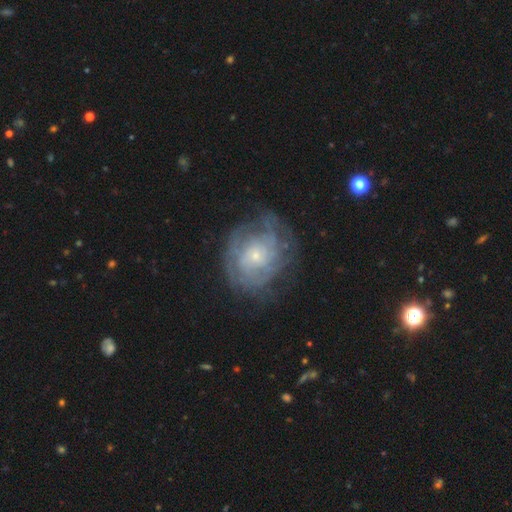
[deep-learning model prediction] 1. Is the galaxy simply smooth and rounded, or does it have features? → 73% featured or disk, 19% smooth, 7% star or artifact.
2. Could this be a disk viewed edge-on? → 97% no, 3% yes.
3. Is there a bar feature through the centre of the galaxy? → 81% no, 16% weak, 3% strong.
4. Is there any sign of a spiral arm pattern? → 79% yes, 21% no.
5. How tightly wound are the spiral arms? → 65% tight, 25% medium, 10% loose.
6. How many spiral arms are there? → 55% can't tell, 13% 2, 11% 3, 10% 4, 6% more than 4, 5% 1.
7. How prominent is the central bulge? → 77% small, 18% moderate, 2% none, 2% large, 1% dominant.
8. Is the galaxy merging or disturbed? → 65% none, 20% minor disturbance, 13% major disturbance, 1% merger.